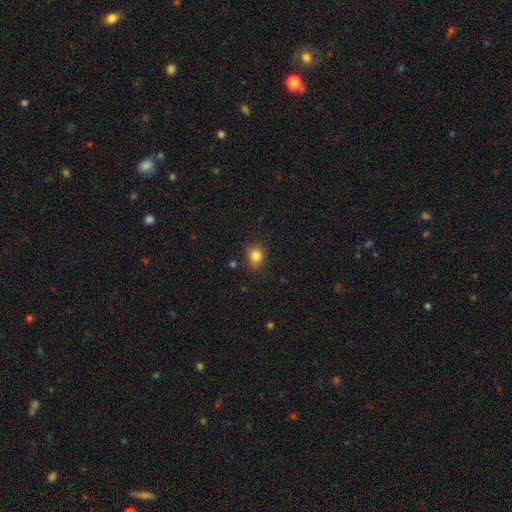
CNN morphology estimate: Smooth or featured? smooth (82%)
How rounded? round (57%)
Merging? none (78%)